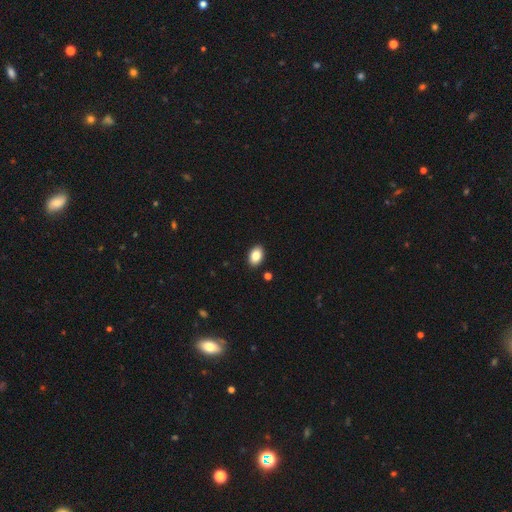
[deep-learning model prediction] The model was most divided on "how rounded": in between: 85%, round: 14%, cigar-shaped: 1%. More confident: merging — none (90%); smooth or featured — smooth (86%).